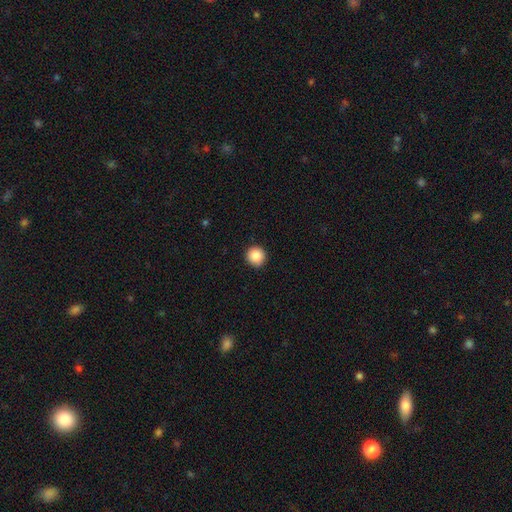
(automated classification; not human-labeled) smooth-or-featured: smooth: 87% | star or artifact: 9% | featured or disk: 4%
  how-rounded: round: 94% | in between: 5% | cigar-shaped: 1%
  merging: none: 92% | minor disturbance: 6% | major disturbance: 2% | merger: 1%